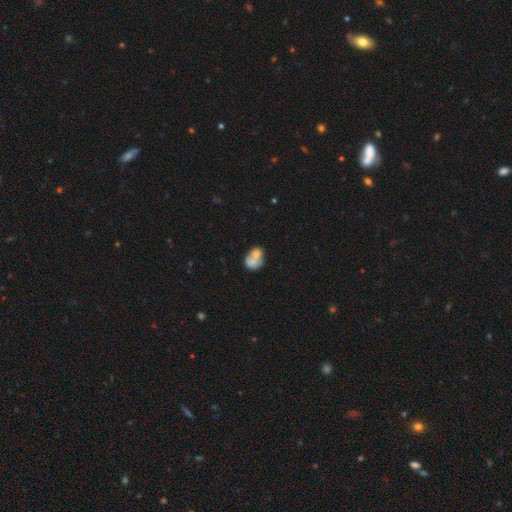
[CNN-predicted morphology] Smooth or featured? Predicted: smooth (p=0.62). How rounded? Predicted: in between (p=0.65). Merging? Predicted: merger (p=0.49).